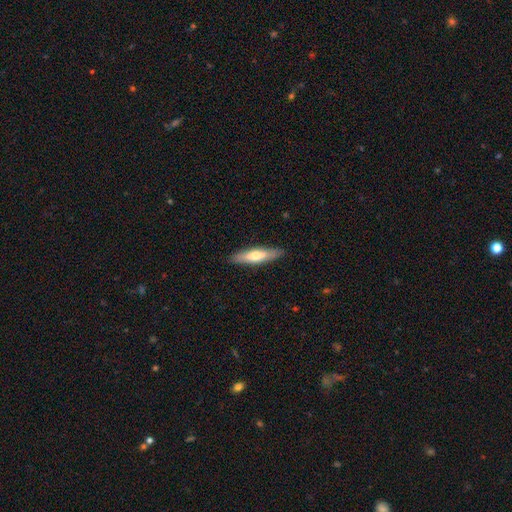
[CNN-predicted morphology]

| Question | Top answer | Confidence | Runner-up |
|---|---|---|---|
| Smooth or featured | smooth | 56% | featured or disk (39%) |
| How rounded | cigar-shaped | 74% | in between (24%) |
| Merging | none | 89% | minor disturbance (8%) |